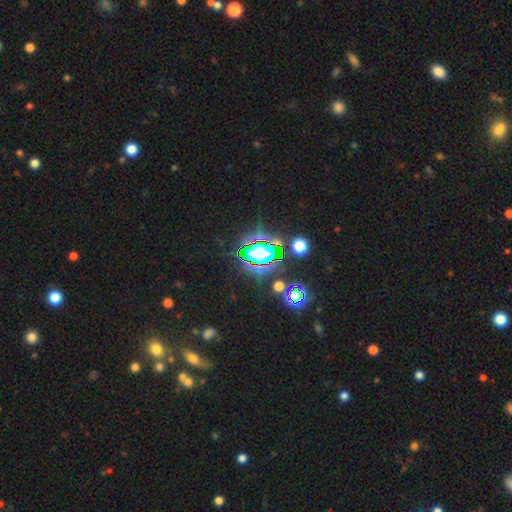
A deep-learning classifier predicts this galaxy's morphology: This is likely a star or artifact rather than a galaxy (75%).